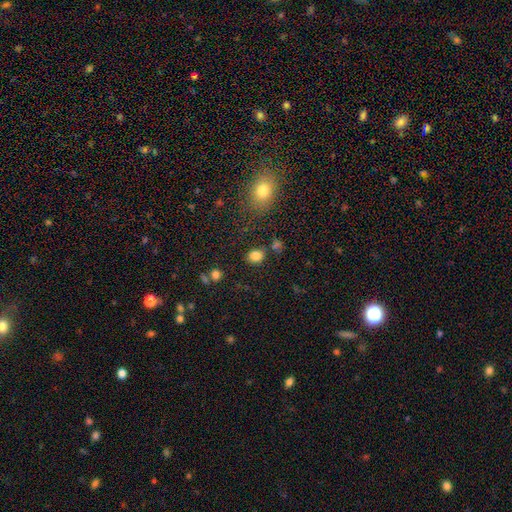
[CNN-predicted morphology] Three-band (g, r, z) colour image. It shows a smooth galaxy with no disk features (83%) that is round (56%). Merging: none (78%).